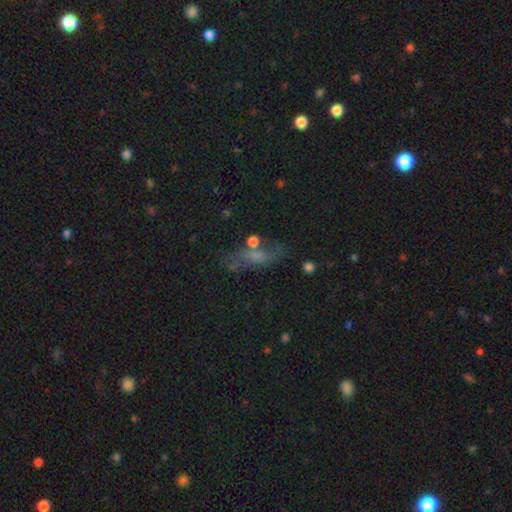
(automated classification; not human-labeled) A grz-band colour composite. It shows a smooth galaxy with no disk features (47%). Merging: none (55%).